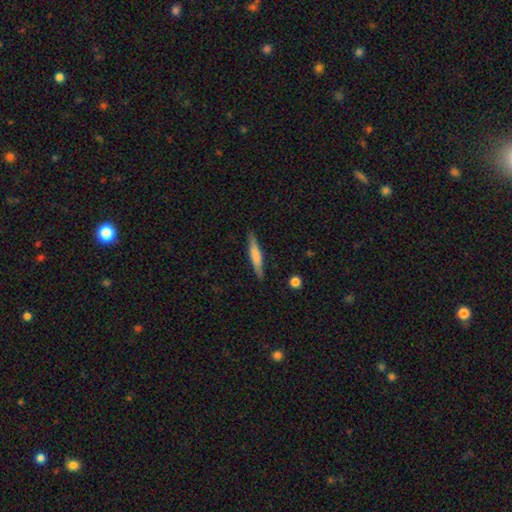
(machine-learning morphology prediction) This is likely a smooth galaxy (62%). How rounded: clearly cigar-shaped (92%). Merging: clearly none (88%).